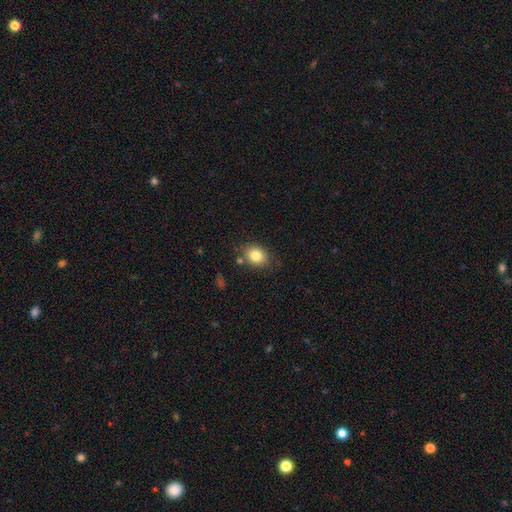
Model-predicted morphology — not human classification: Smooth or featured? smooth (81%)
How rounded? in between (55%)
Merging? none (79%)